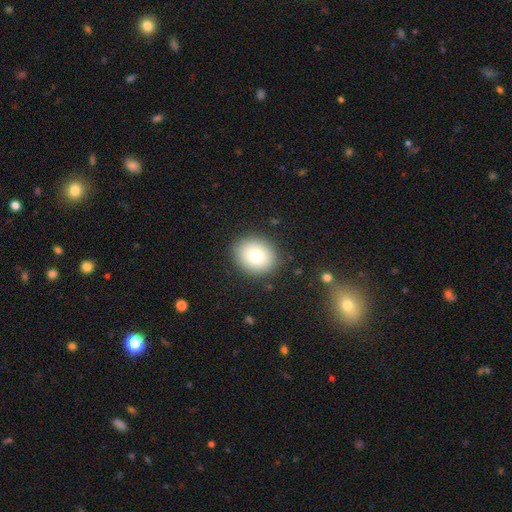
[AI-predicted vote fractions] smooth_or_featured: smooth (p=0.79) [alt: featured or disk p=0.11]
how_rounded: round (p=0.63) [alt: in between p=0.36]
merging: none (p=0.88) [alt: minor disturbance p=0.08]